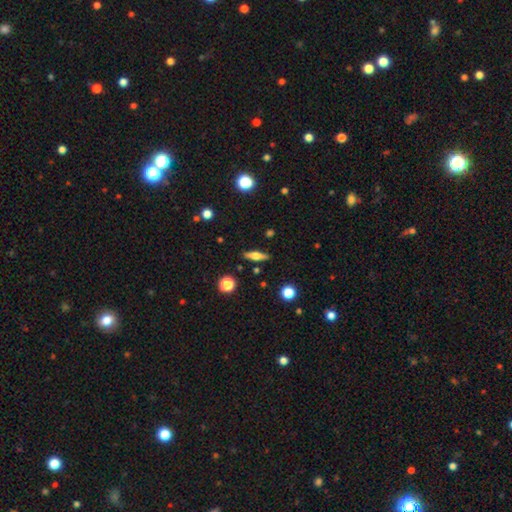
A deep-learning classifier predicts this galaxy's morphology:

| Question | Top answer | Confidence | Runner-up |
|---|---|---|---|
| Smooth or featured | smooth | 50% | featured or disk (43%) |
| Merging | none | 88% | minor disturbance (8%) |